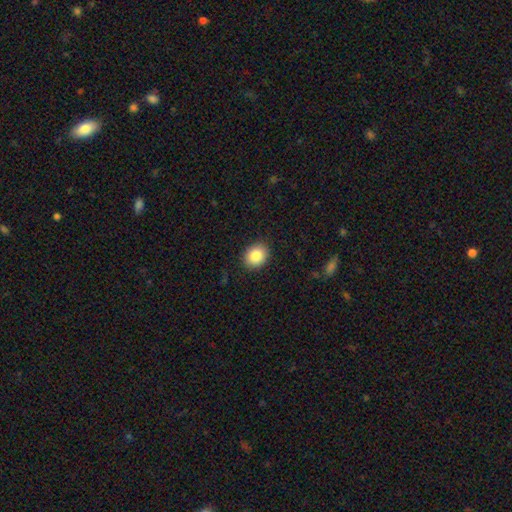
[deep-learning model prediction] Smooth or featured?
  - smooth: 85% *
  - star or artifact: 8%
  - featured or disk: 7%
How rounded?
  - round: 50% *
  - in between: 49%
  - cigar-shaped: 1%
Merging?
  - none: 89% *
  - minor disturbance: 8%
  - major disturbance: 2%
  - merger: 1%